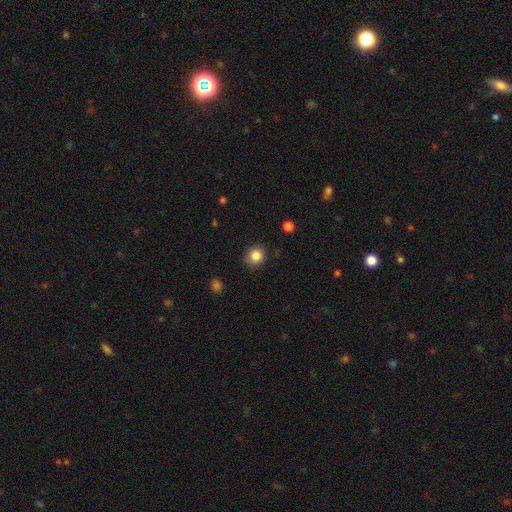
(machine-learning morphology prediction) Overall: smooth (85%). How rounded: round (85%). Merging: none (87%).